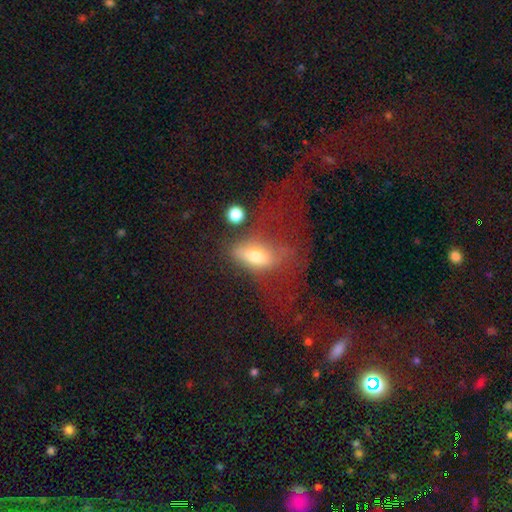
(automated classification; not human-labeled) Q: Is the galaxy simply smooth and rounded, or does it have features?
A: smooth — 63%.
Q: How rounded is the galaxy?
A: in between — 81%.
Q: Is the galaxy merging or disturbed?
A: major disturbance — 45%.